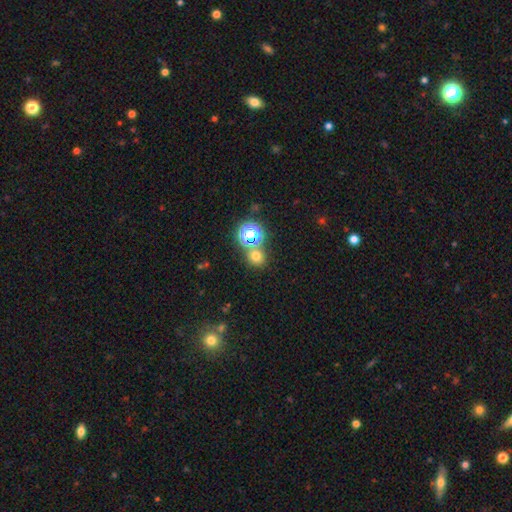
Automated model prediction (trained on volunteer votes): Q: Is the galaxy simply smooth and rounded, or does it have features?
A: smooth — 64%.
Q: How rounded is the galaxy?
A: round — 84%.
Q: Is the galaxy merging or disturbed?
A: none — 73%.